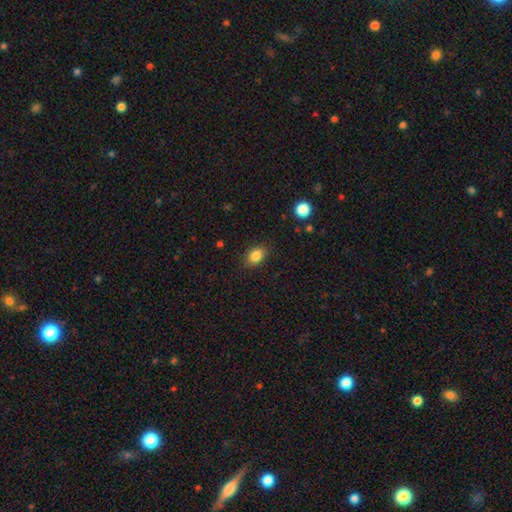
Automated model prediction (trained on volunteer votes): smooth-or-featured: smooth: 85% | star or artifact: 9% | featured or disk: 5%
  how-rounded: in between: 75% | round: 24% | cigar-shaped: 1%
  merging: none: 85% | minor disturbance: 11% | major disturbance: 3% | merger: 1%